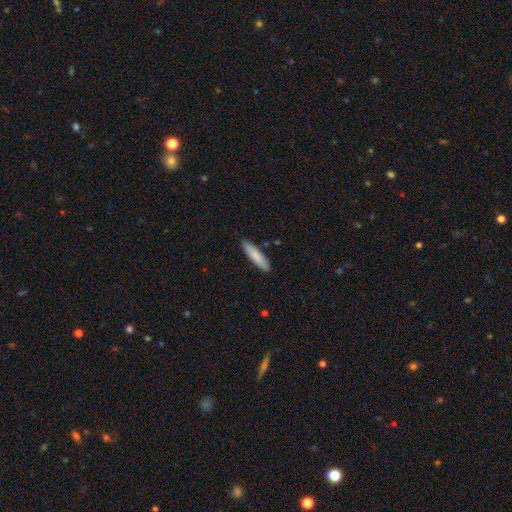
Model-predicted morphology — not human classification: The model was most divided on "how rounded": cigar-shaped: 75%, in between: 24%, round: 1%. More confident: merging — none (88%); smooth or featured — smooth (83%).